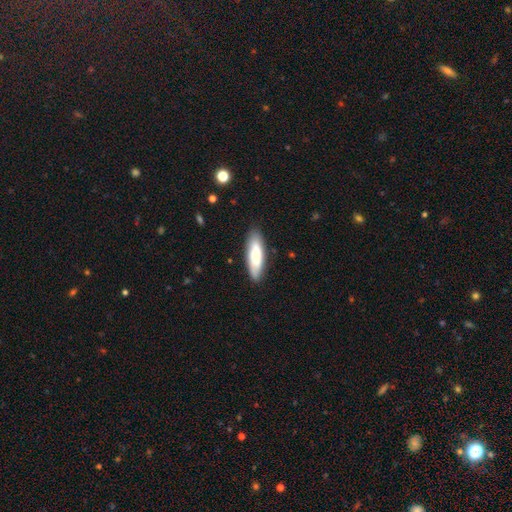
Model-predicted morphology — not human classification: This appears to be a smooth galaxy with no disk features (73%) that is cigar-shaped (53%). Merging: none (86%).